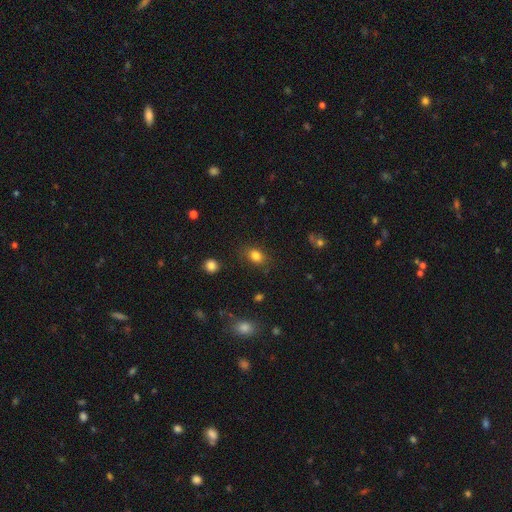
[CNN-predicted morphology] Q: Smooth or featured?
A: smooth (82%); runner-up: star or artifact (12%)
Q: How rounded?
A: in between (68%); runner-up: round (30%)
Q: Merging?
A: none (78%); runner-up: minor disturbance (15%)